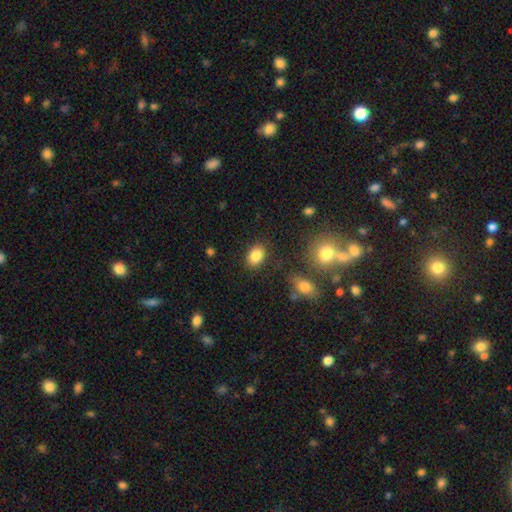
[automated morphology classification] smooth_or_featured: smooth (p=0.85) [alt: star or artifact p=0.09]
how_rounded: in between (p=0.71) [alt: round p=0.28]
merging: none (p=0.85) [alt: minor disturbance p=0.09]